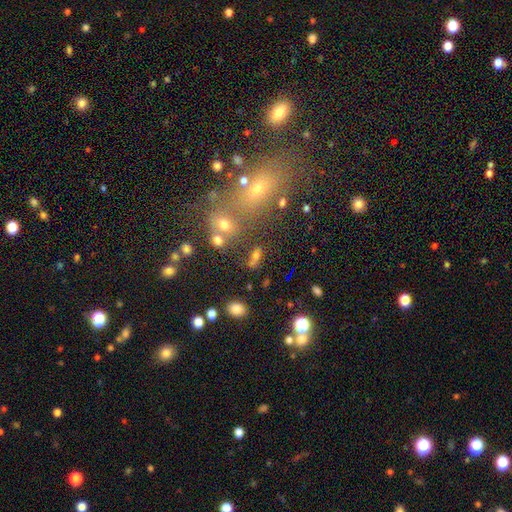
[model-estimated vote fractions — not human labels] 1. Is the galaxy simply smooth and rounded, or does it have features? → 61% smooth, 22% star or artifact, 16% featured or disk.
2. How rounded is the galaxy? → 63% in between, 26% round, 12% cigar-shaped.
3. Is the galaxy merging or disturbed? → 61% none, 18% merger, 14% minor disturbance, 7% major disturbance.